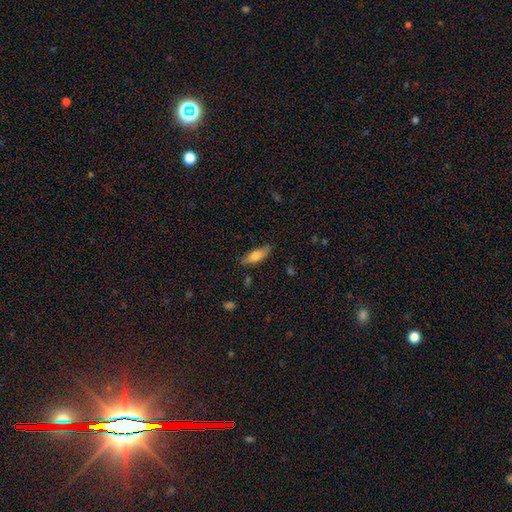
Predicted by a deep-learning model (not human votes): The model was most divided on "how rounded": in between: 60%, cigar-shaped: 38%, round: 2%. More confident: merging — none (79%); smooth or featured — smooth (71%).